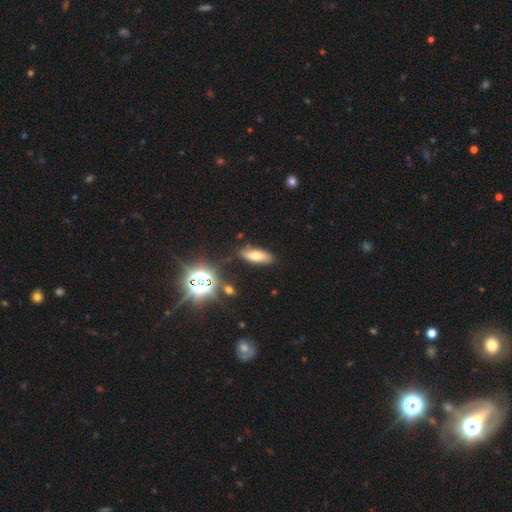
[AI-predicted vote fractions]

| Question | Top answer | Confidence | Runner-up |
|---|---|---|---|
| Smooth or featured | smooth | 64% | featured or disk (19%) |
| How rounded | in between | 67% | cigar-shaped (29%) |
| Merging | none | 81% | minor disturbance (13%) |